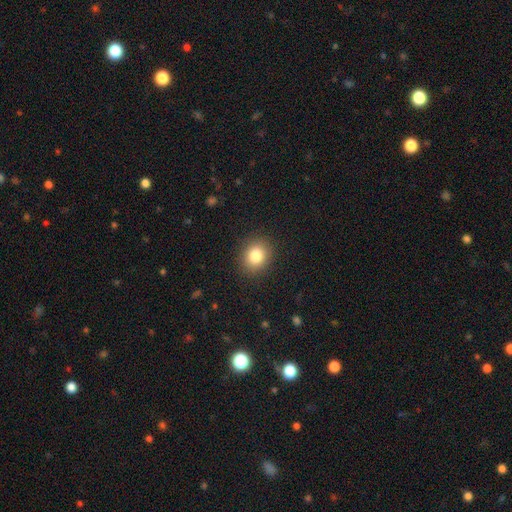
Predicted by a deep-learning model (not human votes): Overall: smooth (83%). How rounded: round (70%). Merging: none (89%).